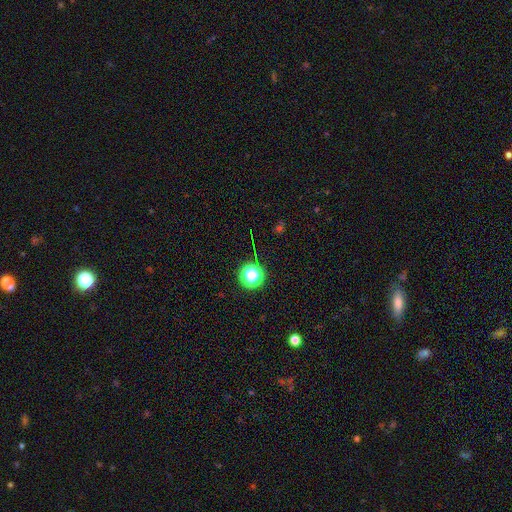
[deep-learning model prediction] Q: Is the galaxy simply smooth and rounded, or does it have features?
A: star or artifact — 69%.